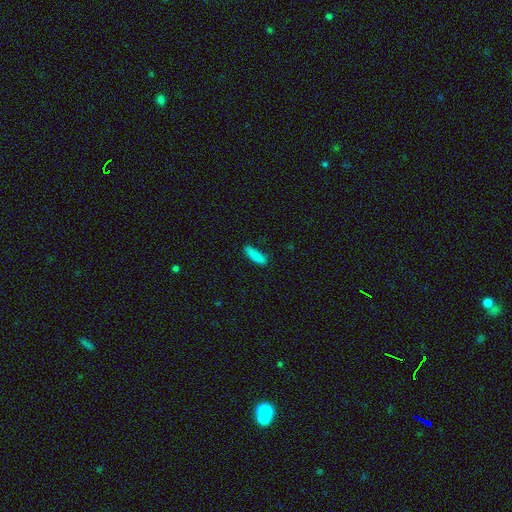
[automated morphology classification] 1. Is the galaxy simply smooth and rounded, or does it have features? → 87% smooth, 8% star or artifact, 5% featured or disk.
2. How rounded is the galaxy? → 64% cigar-shaped, 34% in between, 2% round.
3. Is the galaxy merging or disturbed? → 83% none, 13% minor disturbance, 2% major disturbance, 1% merger.